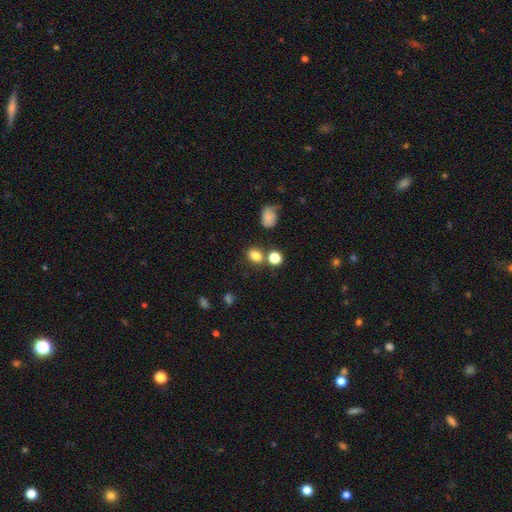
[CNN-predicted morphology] The model was most divided on "how rounded": in between: 55%, round: 44%, cigar-shaped: 1%. More confident: smooth or featured — smooth (80%); merging — none (68%).